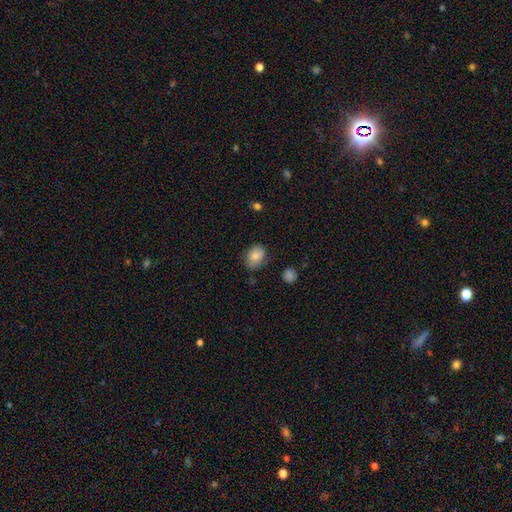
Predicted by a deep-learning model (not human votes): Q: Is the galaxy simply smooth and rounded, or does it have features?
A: smooth — 82%.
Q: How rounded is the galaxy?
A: in between — 76%.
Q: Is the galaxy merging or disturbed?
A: none — 74%.